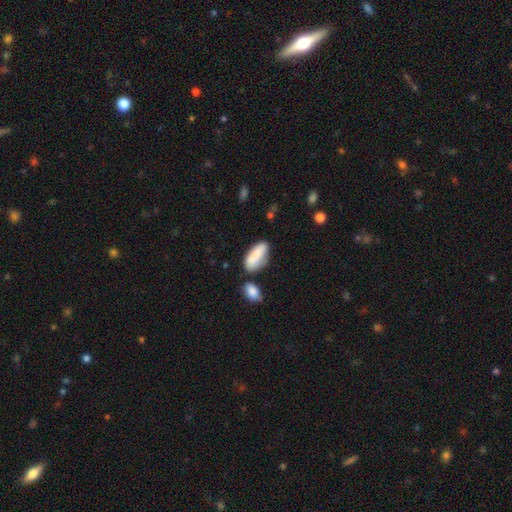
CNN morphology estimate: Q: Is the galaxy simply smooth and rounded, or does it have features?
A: smooth — 80%.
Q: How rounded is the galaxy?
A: in between — 82%.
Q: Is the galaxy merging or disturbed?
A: none — 60%.